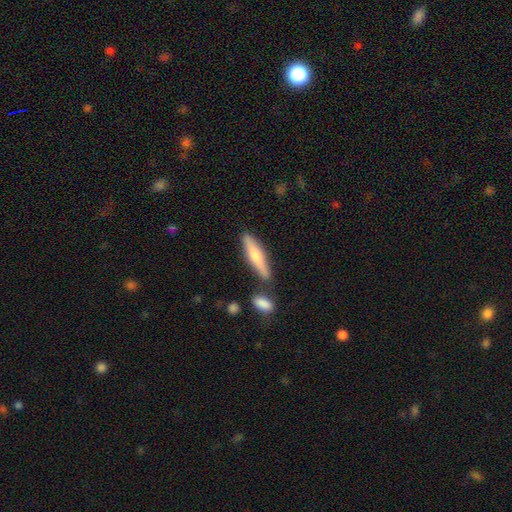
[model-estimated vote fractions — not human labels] smooth_or_featured: smooth (p=0.51) [alt: featured or disk p=0.43]
how_rounded: cigar-shaped (p=0.81) [alt: in between p=0.17]
merging: none (p=0.76) [alt: minor disturbance p=0.11]